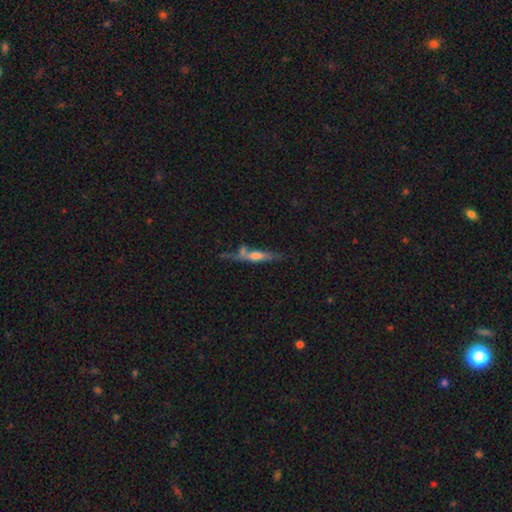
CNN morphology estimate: Smooth or featured?
  - featured or disk: 53% *
  - smooth: 39%
  - star or artifact: 8%
Edge-on disk?
  - yes: 82% *
  - no: 18%
Merging?
  - none: 48% *
  - minor disturbance: 20%
  - merger: 20%
  - major disturbance: 11%